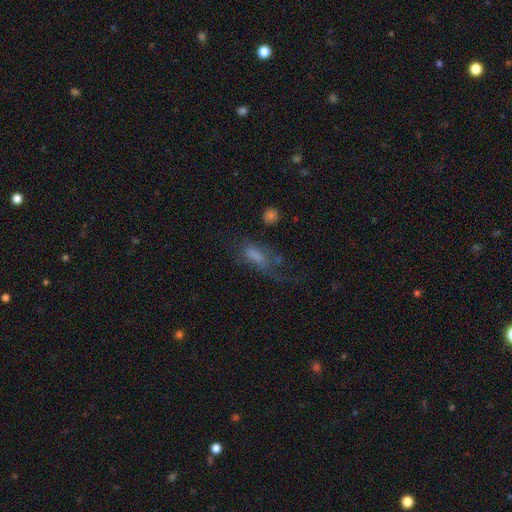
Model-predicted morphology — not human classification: This is possibly a smooth galaxy (58%). How rounded: likely in between (69%). Merging: marginally major disturbance (38%).